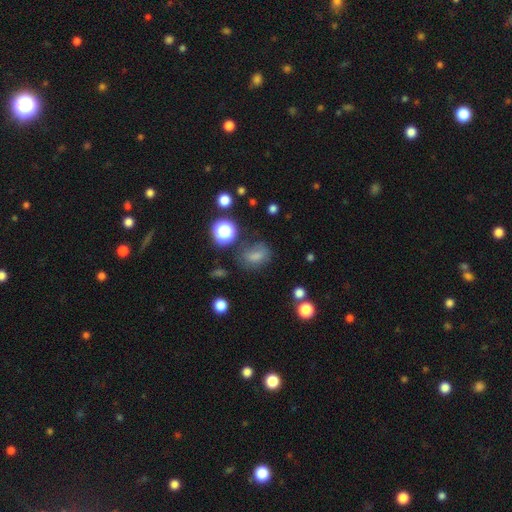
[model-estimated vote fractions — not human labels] Smooth or featured? smooth (72%)
How rounded? in between (66%)
Merging? none (62%)